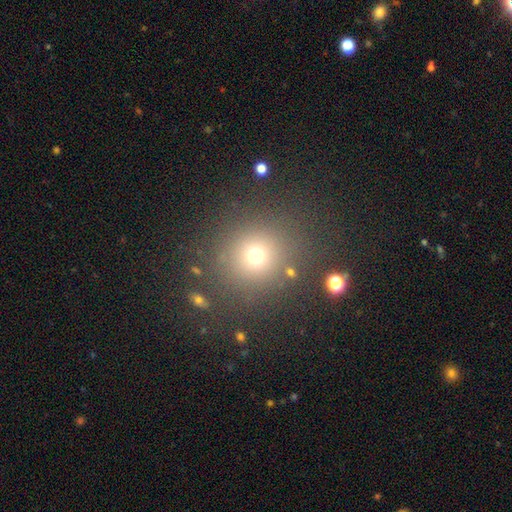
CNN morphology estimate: Smooth or featured: smooth — 69% (star or artifact — 21%)
How rounded: round — 89% (in between — 10%)
Merging: none — 84% (minor disturbance — 8%)